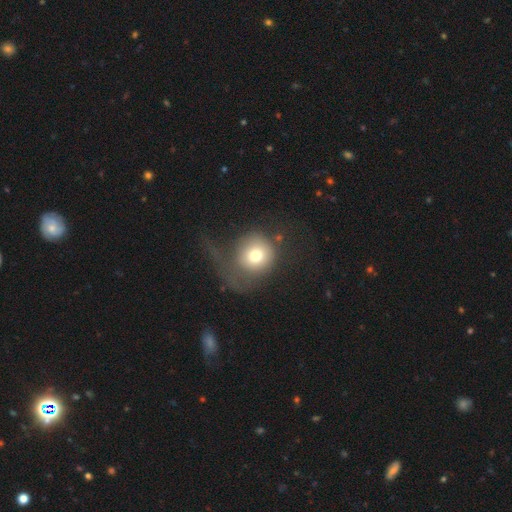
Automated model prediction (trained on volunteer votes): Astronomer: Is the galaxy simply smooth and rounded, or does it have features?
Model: smooth — 72%.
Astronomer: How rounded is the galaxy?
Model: round — 88%.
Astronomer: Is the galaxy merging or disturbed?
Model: major disturbance — 51% (runner-up: none, 28%).